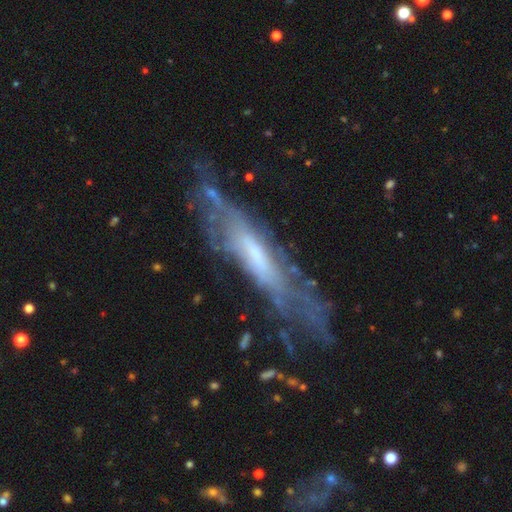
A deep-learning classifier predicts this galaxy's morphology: Smooth or featured: featured or disk — 72% (smooth — 20%)
Edge-on disk: no — 51% (yes — 49%)
Merging: none — 60% (minor disturbance — 22%)